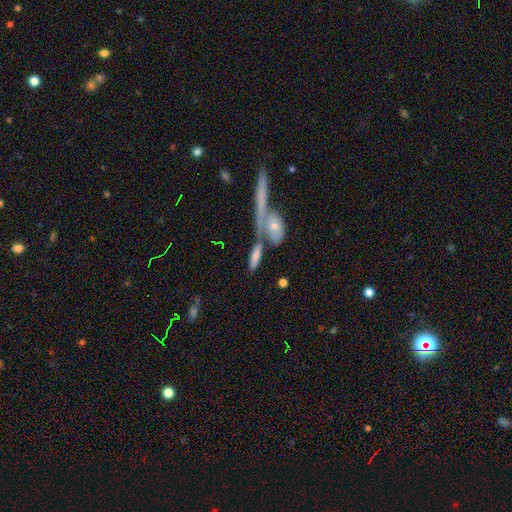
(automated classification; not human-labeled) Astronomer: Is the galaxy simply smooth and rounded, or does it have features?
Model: smooth — 68%.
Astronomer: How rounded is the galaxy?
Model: cigar-shaped — 55% (runner-up: in between, 42%).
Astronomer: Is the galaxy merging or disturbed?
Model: none — 45% (runner-up: merger, 36%).